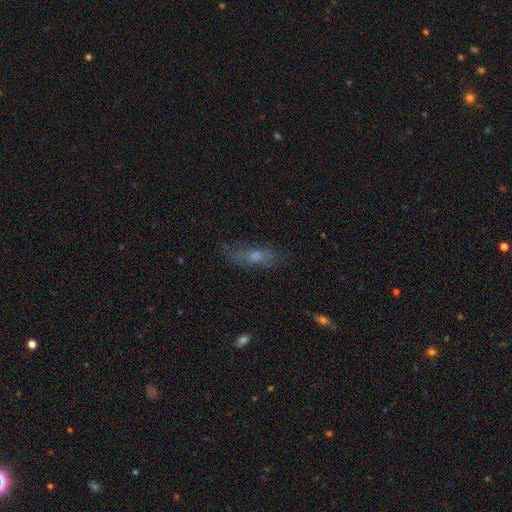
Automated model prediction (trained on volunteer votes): smooth-or-featured: smooth: 46% | featured or disk: 40% | star or artifact: 15%
  merging: none: 69% | minor disturbance: 20% | major disturbance: 8% | merger: 2%